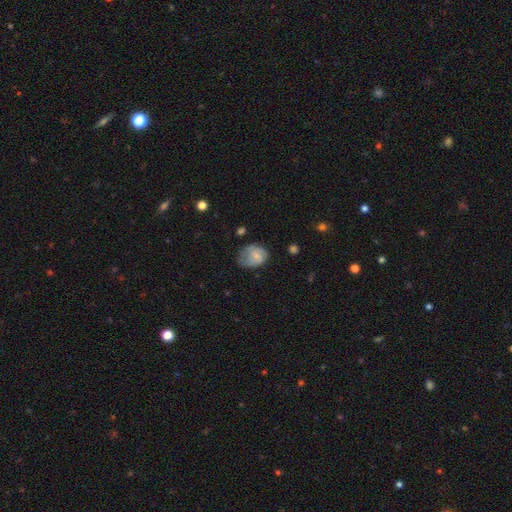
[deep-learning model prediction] Q: Smooth or featured?
A: smooth (66%); runner-up: featured or disk (26%)
Q: How rounded?
A: in between (61%); runner-up: round (38%)
Q: Merging?
A: none (42%); runner-up: minor disturbance (37%)